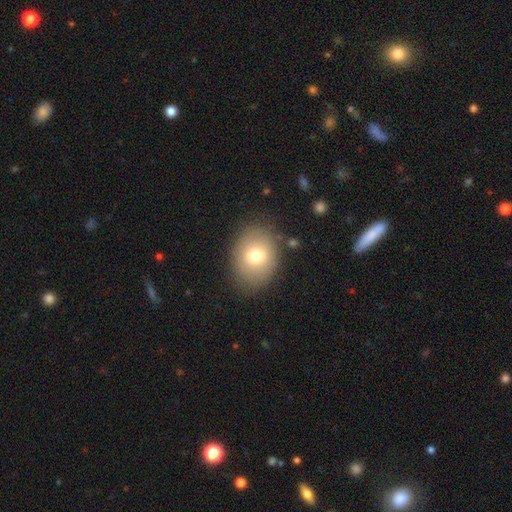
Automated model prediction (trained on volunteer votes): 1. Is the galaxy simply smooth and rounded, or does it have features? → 74% smooth, 16% featured or disk, 10% star or artifact.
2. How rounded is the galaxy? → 58% in between, 41% round, 1% cigar-shaped.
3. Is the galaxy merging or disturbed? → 83% none, 11% minor disturbance, 4% major disturbance, 2% merger.